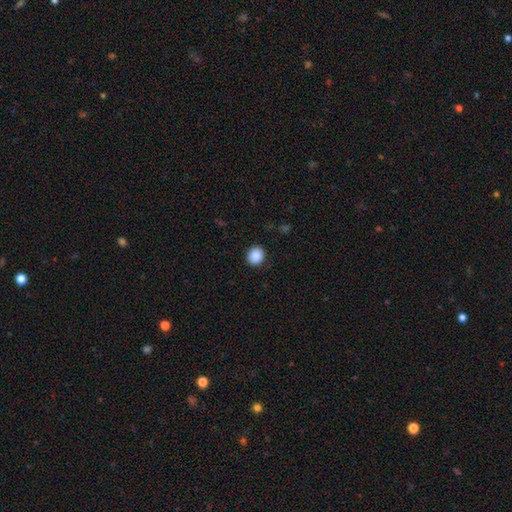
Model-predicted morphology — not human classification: Q: Smooth or featured?
A: smooth (89%); runner-up: star or artifact (9%)
Q: How rounded?
A: round (79%); runner-up: in between (21%)
Q: Merging?
A: none (90%); runner-up: minor disturbance (7%)